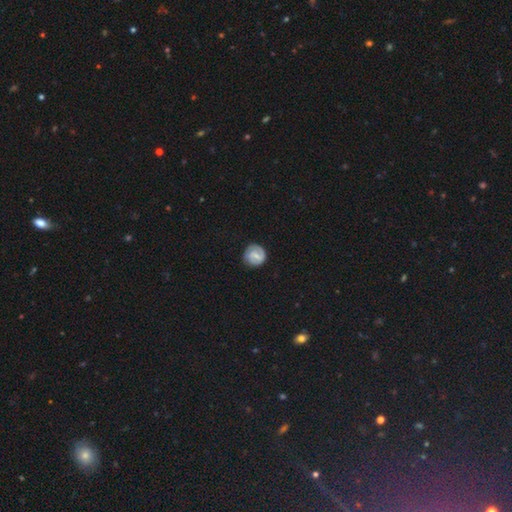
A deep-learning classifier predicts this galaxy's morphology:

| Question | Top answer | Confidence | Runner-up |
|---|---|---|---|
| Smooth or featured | featured or disk | 47% | smooth (45%) |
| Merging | none | 81% | minor disturbance (14%) |